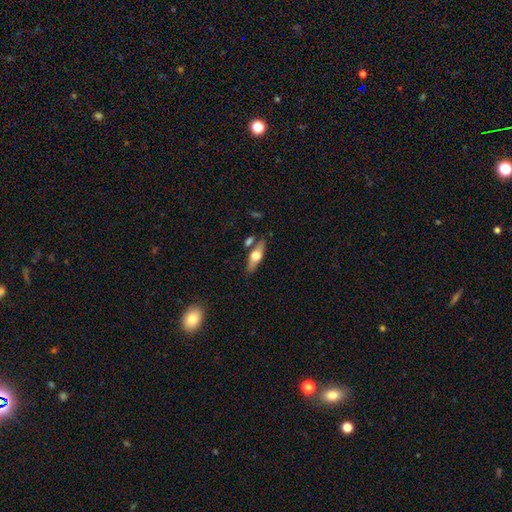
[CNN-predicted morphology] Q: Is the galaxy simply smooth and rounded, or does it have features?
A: smooth — 47%, tied with featured or disk.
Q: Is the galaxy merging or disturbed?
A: none — 74%.